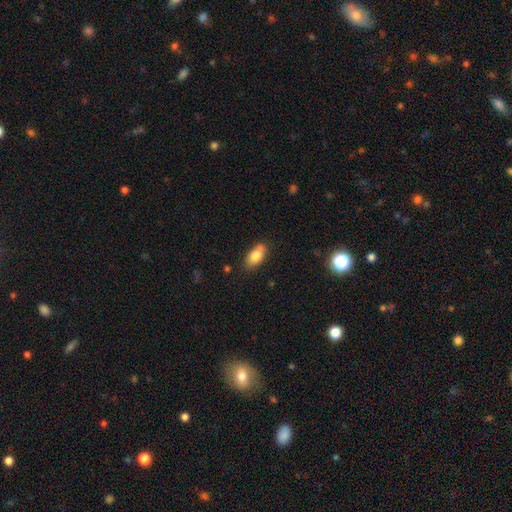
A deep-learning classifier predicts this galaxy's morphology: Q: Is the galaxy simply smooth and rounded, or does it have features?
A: smooth — 79%.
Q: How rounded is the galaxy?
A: in between — 88%.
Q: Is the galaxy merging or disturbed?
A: none — 72%.